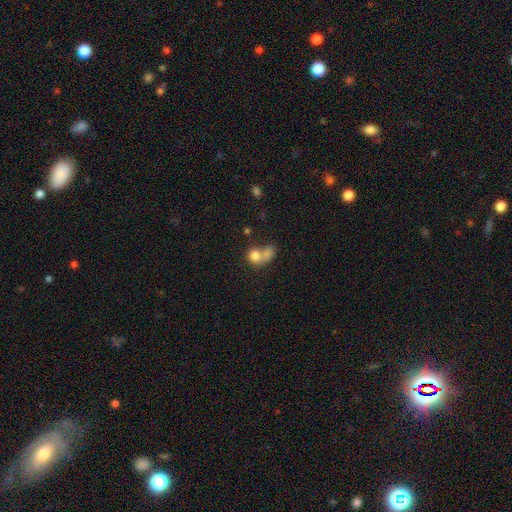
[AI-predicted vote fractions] This appears to be a smooth galaxy with no disk features (77%) that is round (67%). Merging: merger (63%).